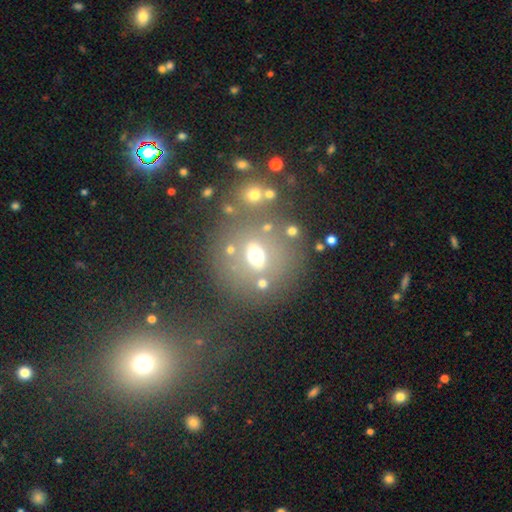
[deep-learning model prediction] Morphology: type=smooth (48%); merging=none (65%).